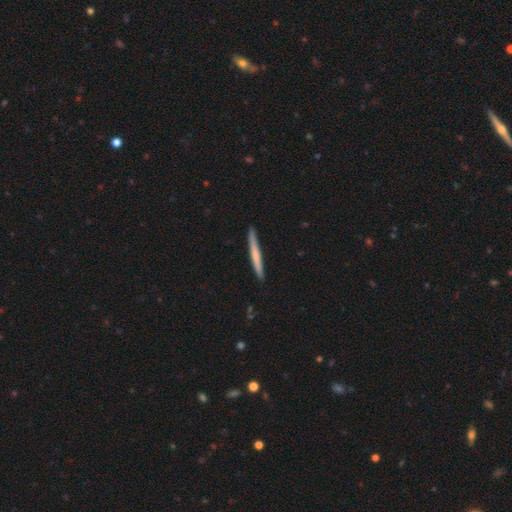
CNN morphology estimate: The model was most divided on "smooth or featured": smooth: 57%, featured or disk: 37%, star or artifact: 5%. More confident: how rounded — cigar-shaped (97%); merging — none (89%).